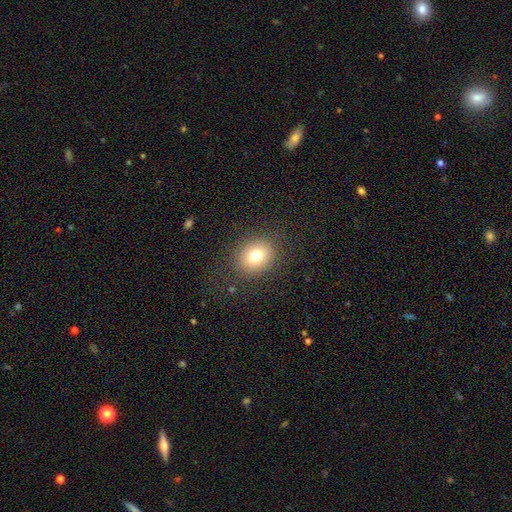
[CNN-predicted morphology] smooth 76%, star or artifact 12%, featured or disk 11%. Down the decision tree: how rounded — round (62%); merging — none (85%).